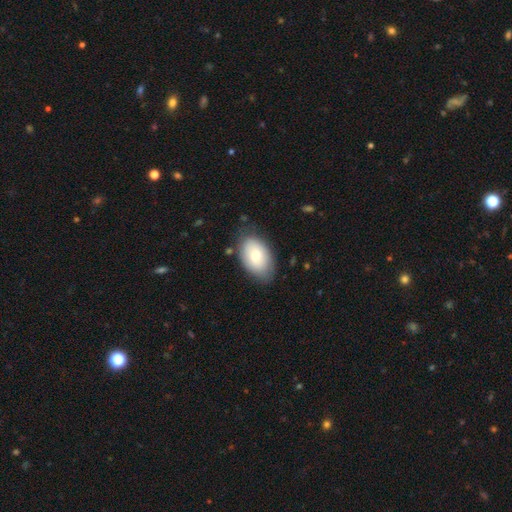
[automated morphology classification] Q: Smooth or featured?
A: smooth (73%); runner-up: featured or disk (20%)
Q: How rounded?
A: in between (90%); runner-up: round (9%)
Q: Merging?
A: none (78%); runner-up: minor disturbance (17%)